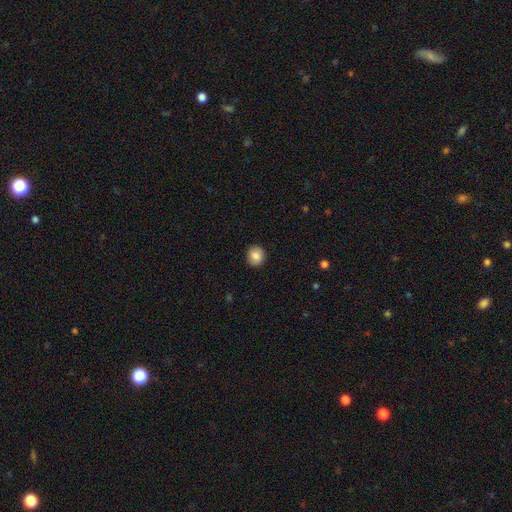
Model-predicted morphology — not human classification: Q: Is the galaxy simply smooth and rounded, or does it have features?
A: smooth — 85%.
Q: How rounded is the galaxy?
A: round — 84%.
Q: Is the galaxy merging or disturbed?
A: none — 91%.